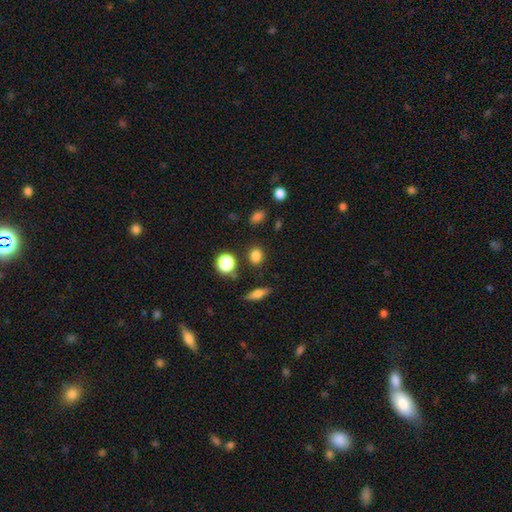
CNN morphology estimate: This appears to be a smooth galaxy with no disk features (81%) that is round (68%). Merging: none (85%).